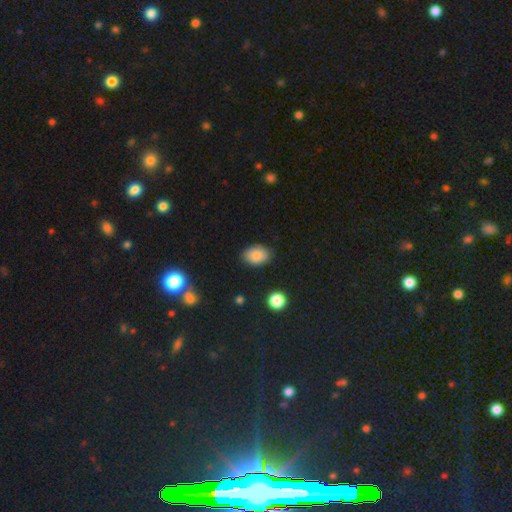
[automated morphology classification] Q: Smooth or featured?
A: smooth (85%); runner-up: star or artifact (8%)
Q: How rounded?
A: in between (79%); runner-up: round (20%)
Q: Merging?
A: none (81%); runner-up: minor disturbance (14%)